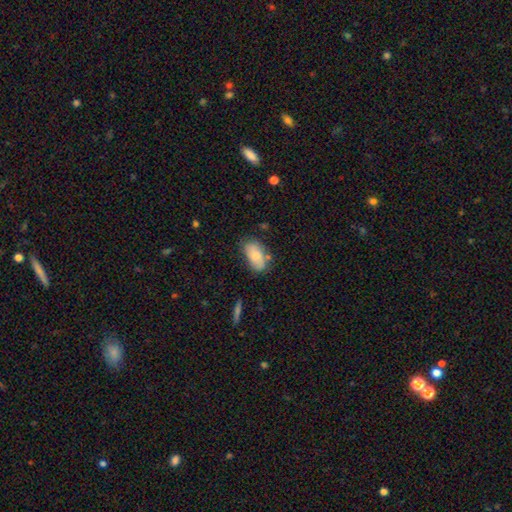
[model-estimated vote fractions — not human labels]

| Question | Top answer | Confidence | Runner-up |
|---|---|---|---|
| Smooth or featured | smooth | 77% | featured or disk (16%) |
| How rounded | in between | 93% | round (4%) |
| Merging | none | 64% | minor disturbance (24%) |